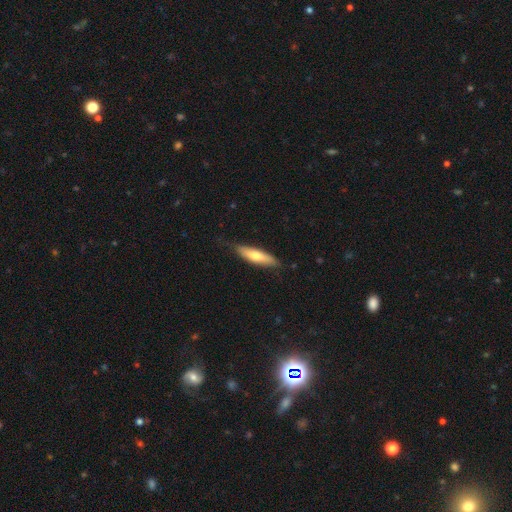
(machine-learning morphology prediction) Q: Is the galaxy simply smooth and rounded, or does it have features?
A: smooth — 64%.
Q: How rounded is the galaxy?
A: cigar-shaped — 70%.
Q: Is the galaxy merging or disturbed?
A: none — 77%.